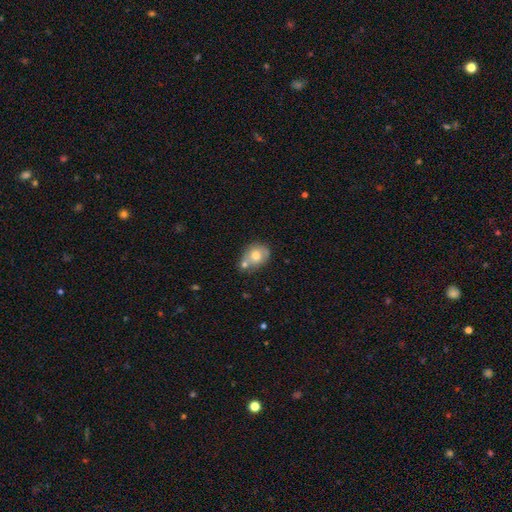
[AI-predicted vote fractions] Smooth or featured? smooth (68%)
How rounded? round (50%)
Merging? none (45%)